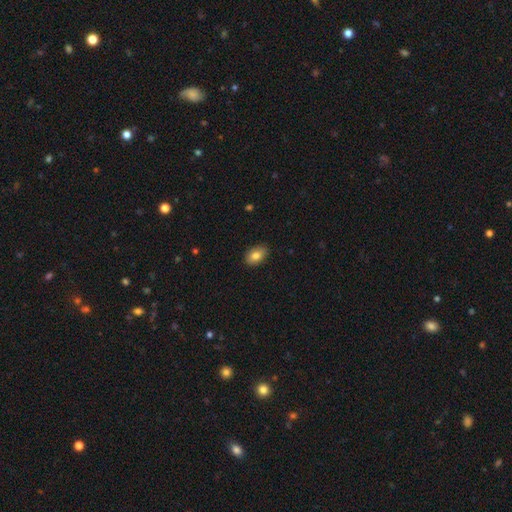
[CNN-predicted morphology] Smooth or featured? Predicted: smooth (p=0.83). How rounded? Predicted: in between (p=0.87). Merging? Predicted: none (p=0.87).